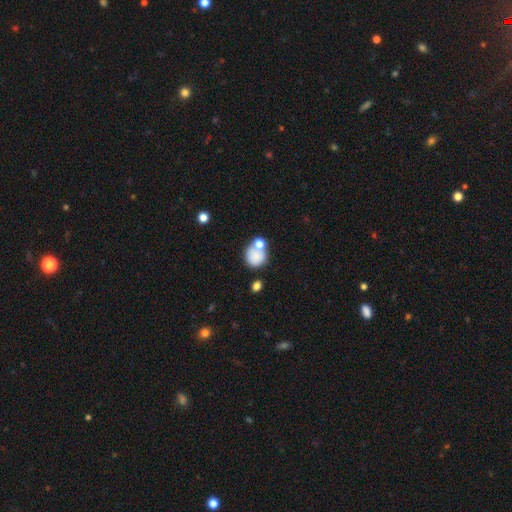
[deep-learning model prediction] Smooth or featured? Predicted: smooth (p=0.78). How rounded? Predicted: round (p=0.78). Merging? Predicted: none (p=0.45).